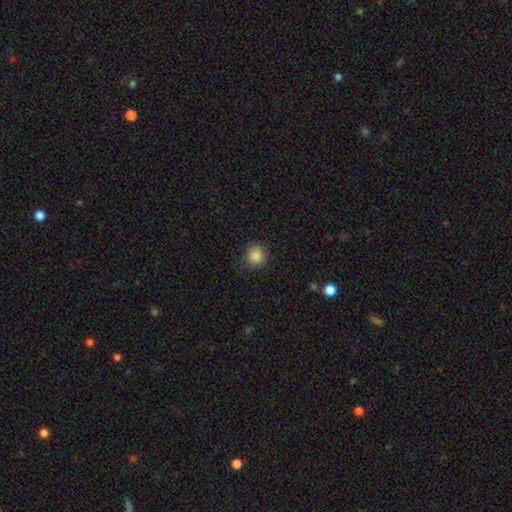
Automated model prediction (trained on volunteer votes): Smooth or featured: smooth — 86% (star or artifact — 9%)
How rounded: round — 83% (in between — 16%)
Merging: none — 84% (minor disturbance — 12%)